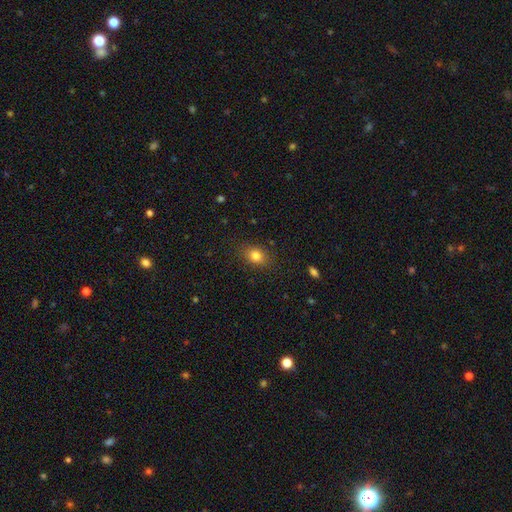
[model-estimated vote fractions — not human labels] Overall: smooth (81%). How rounded: in between (60%; round 38%). Merging: none (85%).